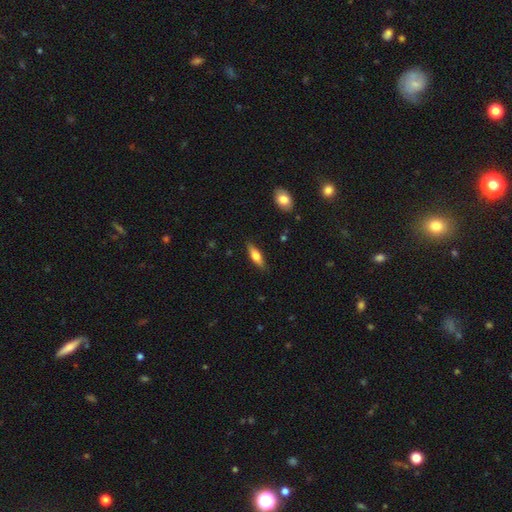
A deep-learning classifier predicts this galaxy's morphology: smooth 66%, featured or disk 27%, star or artifact 6%. Down the decision tree: how rounded — in between (53%); merging — none (85%).